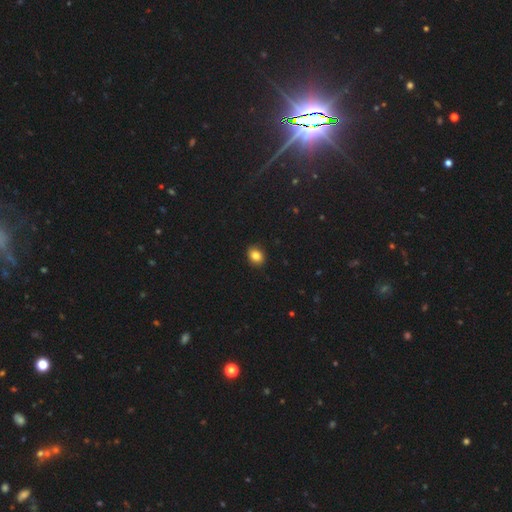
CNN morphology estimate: Smooth or featured? smooth (84%)
How rounded? round (52%)
Merging? none (90%)